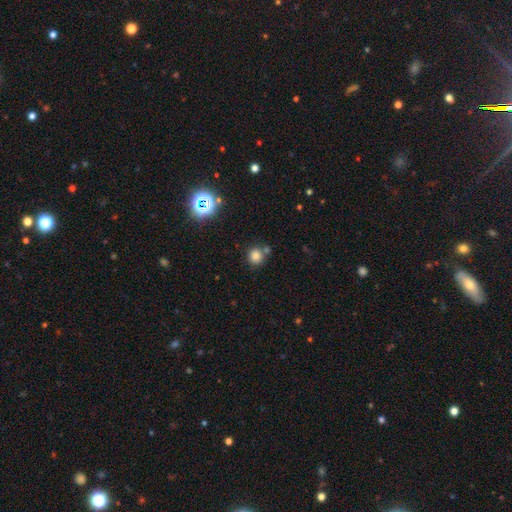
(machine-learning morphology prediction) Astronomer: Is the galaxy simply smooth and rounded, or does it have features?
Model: smooth — 80%.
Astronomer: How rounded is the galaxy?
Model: round — 89%.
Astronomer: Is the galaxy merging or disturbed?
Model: none — 71%.